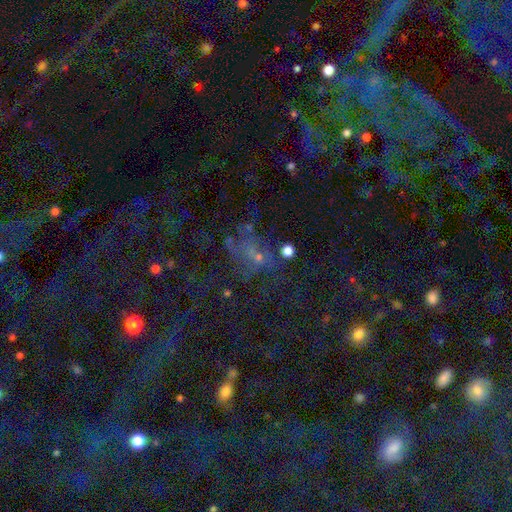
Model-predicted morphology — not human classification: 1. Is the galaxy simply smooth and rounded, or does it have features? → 46% star or artifact, 29% smooth, 26% featured or disk.